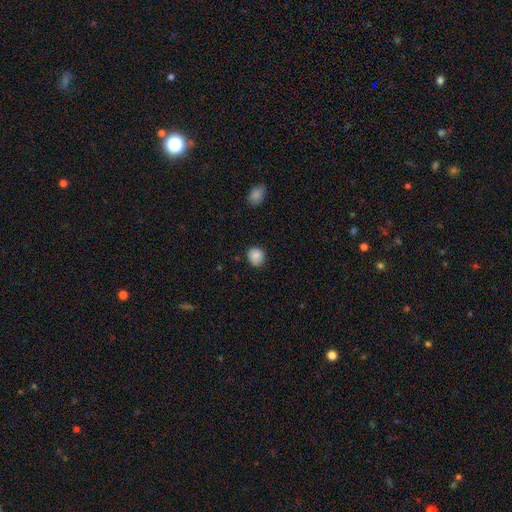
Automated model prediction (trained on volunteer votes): Smooth or featured? Predicted: smooth (p=0.87). How rounded? Predicted: round (p=0.81). Merging? Predicted: none (p=0.81).